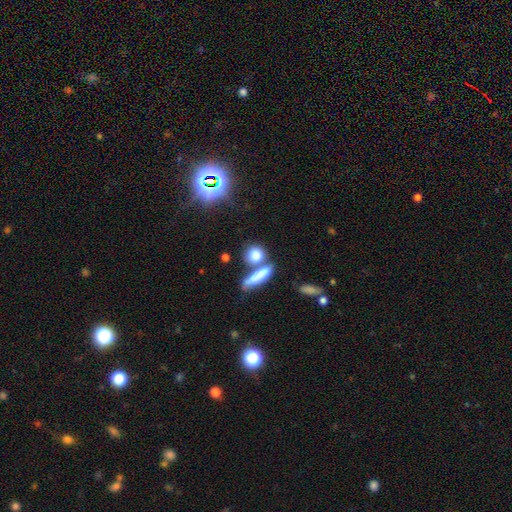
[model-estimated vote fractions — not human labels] Overall: smooth (78%). How rounded: round (48%; in between 32%). Merging: none (49%; merger 33%).